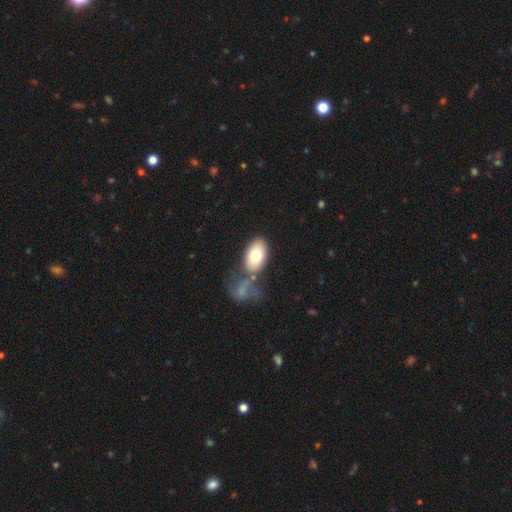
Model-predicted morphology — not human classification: Q: Smooth or featured?
A: smooth (76%); runner-up: featured or disk (18%)
Q: How rounded?
A: in between (92%); runner-up: round (7%)
Q: Merging?
A: none (60%); runner-up: merger (18%)